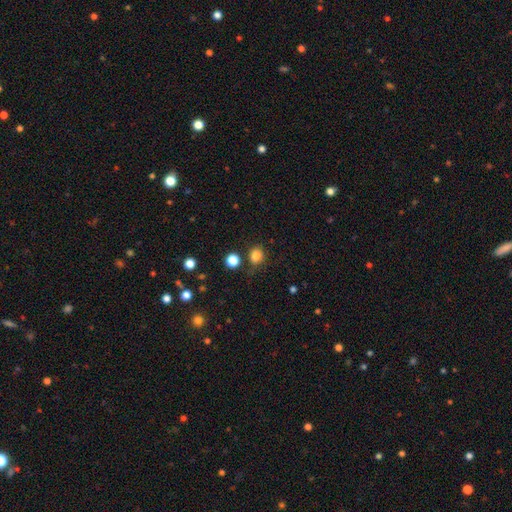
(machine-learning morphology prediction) smooth_or_featured: smooth (p=0.82) [alt: star or artifact p=0.13]
how_rounded: round (p=0.72) [alt: in between p=0.27]
merging: none (p=0.75) [alt: minor disturbance p=0.15]